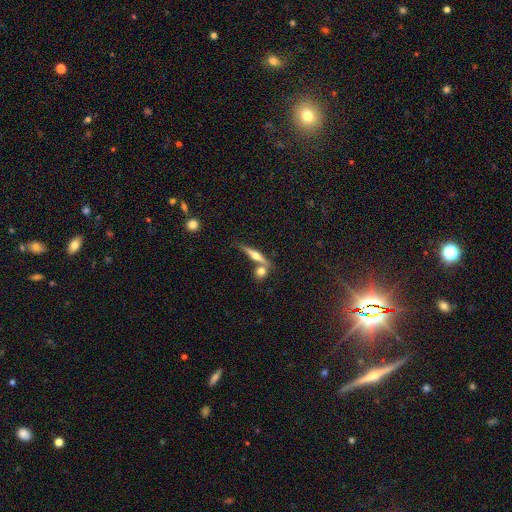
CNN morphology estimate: Smooth or featured: featured or disk — 60% (smooth — 32%)
Edge-on disk: yes — 95% (no — 5%)
Edge-on bulge: rounded — 91% (none — 5%)
Merging: none — 68% (merger — 19%)